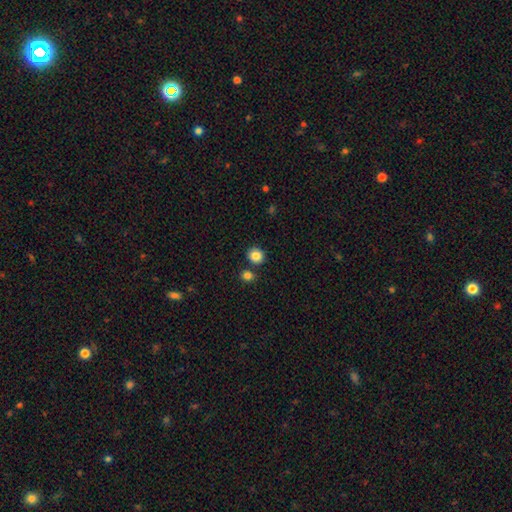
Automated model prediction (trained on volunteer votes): Smooth or featured? smooth (86%)
How rounded? round (85%)
Merging? none (82%)